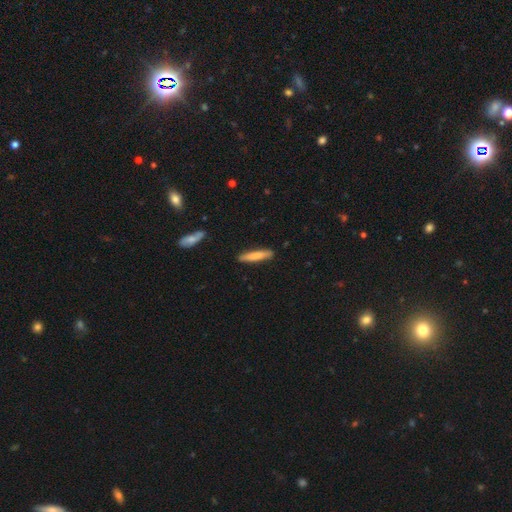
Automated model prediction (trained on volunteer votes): Smooth or featured? smooth (78%)
How rounded? cigar-shaped (89%)
Merging? none (88%)